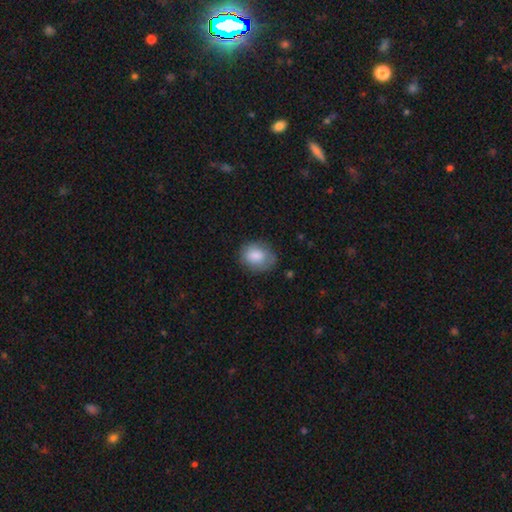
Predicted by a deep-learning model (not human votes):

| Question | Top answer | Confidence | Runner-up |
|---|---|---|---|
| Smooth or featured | smooth | 83% | featured or disk (10%) |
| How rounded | in between | 53% | round (47%) |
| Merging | none | 70% | minor disturbance (22%) |